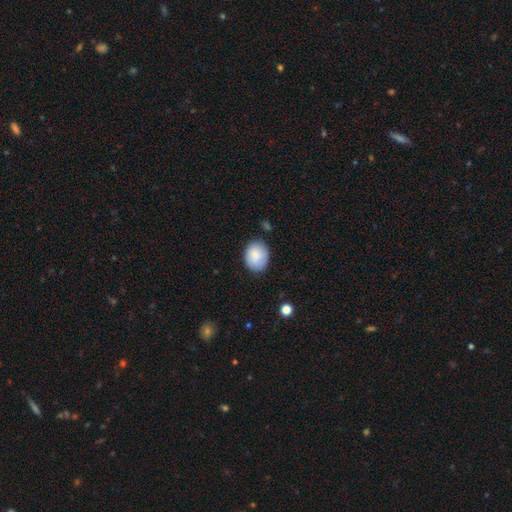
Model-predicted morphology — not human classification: Smooth or featured?
  - smooth: 84% *
  - featured or disk: 10%
  - star or artifact: 6%
How rounded?
  - in between: 54% *
  - round: 45%
  - cigar-shaped: 1%
Merging?
  - none: 77% *
  - minor disturbance: 17%
  - major disturbance: 4%
  - merger: 2%